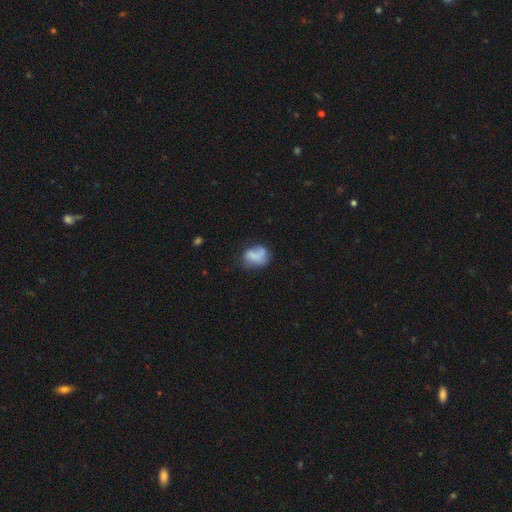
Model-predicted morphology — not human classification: Smooth or featured: smooth — 69% (featured or disk — 22%)
How rounded: in between — 66% (round — 32%)
Merging: none — 42% (minor disturbance — 30%)